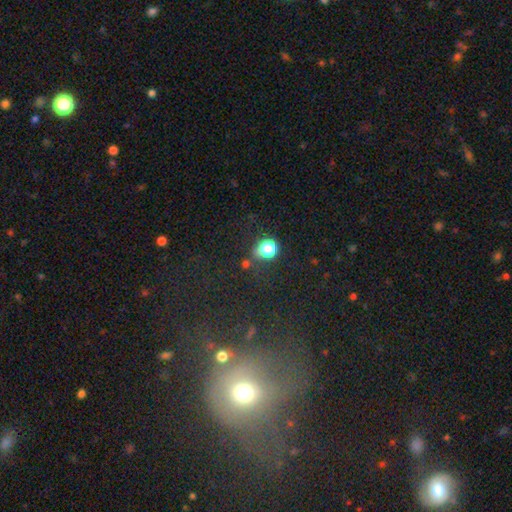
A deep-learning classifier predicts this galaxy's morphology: type=smooth (53%); roundness=round (74%); merging=none (74%).